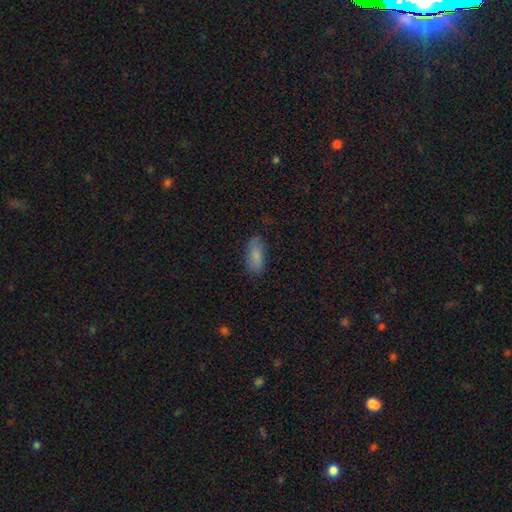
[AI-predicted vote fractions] A smooth galaxy with no disk features (83%) that is in between round and cigar-shaped (81%).

Vote fractions:
- Smooth or featured? smooth: 83% / featured or disk: 9% / star or artifact: 8%
- How rounded? in between: 81% / cigar-shaped: 16% / round: 2%
- Merging? none: 74% / minor disturbance: 20% / major disturbance: 5% / merger: 1%